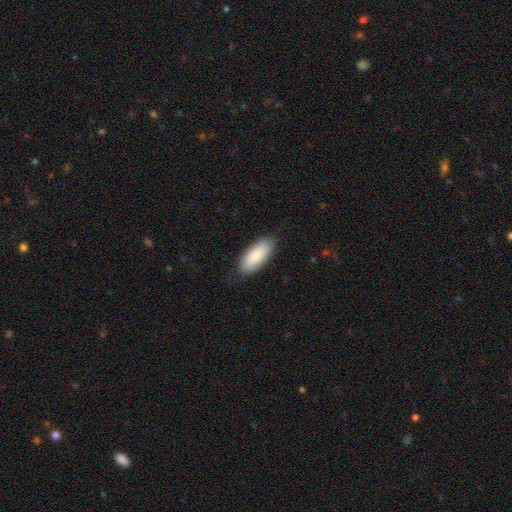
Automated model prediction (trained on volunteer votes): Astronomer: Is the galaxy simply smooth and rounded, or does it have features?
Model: smooth — 85%.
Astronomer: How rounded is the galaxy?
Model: in between — 84%.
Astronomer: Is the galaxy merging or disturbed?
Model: none — 80%.